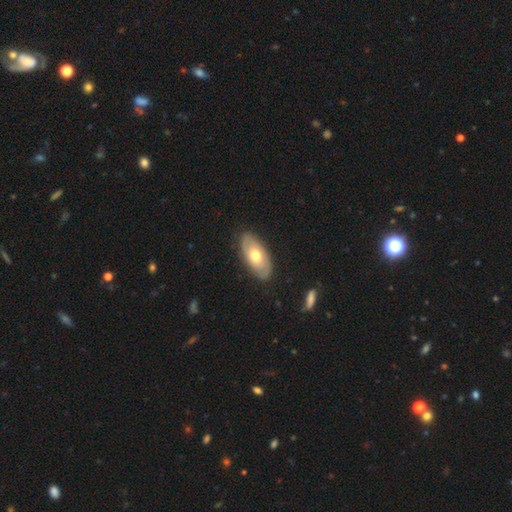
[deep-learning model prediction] smooth_or_featured: smooth (p=0.55) [alt: featured or disk p=0.40]
how_rounded: in between (p=0.91) [alt: cigar-shaped p=0.05]
merging: none (p=0.83) [alt: minor disturbance p=0.13]